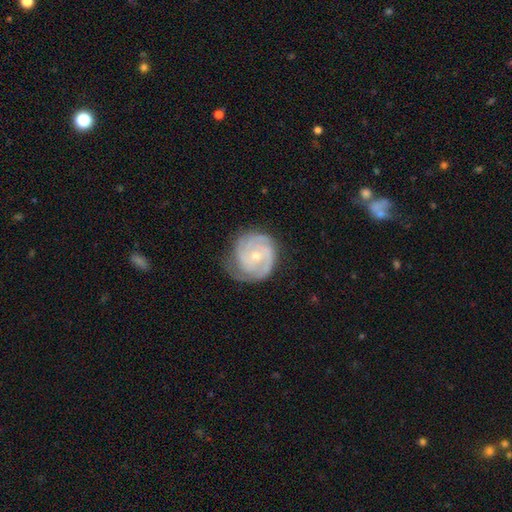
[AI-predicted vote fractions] A featured or disk galaxy (84%) with no bar (65%), 3 (40%) tight (68%) spiral arms (97%) and a small central bulge (61%).

Vote fractions:
- Smooth or featured? featured or disk: 84% / smooth: 10% / star or artifact: 5%
- Edge-on disk? no: 98% / yes: 2%
- Bar? no: 65% / weak: 29% / strong: 6%
- Spiral arms? yes: 97% / no: 3%
- Spiral winding? tight: 68% / medium: 28% / loose: 5%
- Spiral arm count? 3: 40% / 2: 20% / can't tell: 19% / 4: 11% / 1: 5% / more than 4: 5%
- Bulge size? small: 61% / moderate: 36% / none: 1% / large: 1% / dominant: 1%
- Merging? none: 70% / minor disturbance: 21% / major disturbance: 7% / merger: 1%